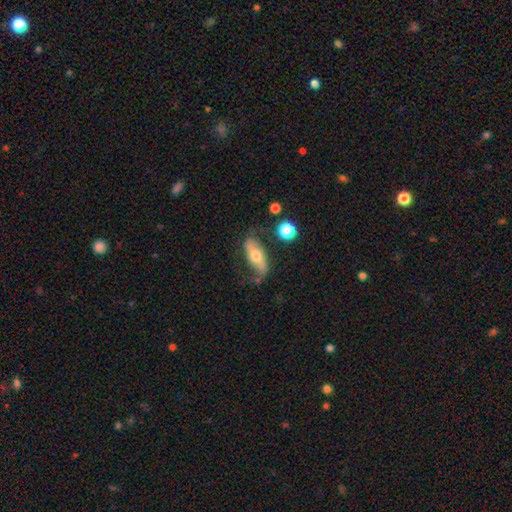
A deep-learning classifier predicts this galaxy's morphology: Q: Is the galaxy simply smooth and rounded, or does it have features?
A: featured or disk — 60%.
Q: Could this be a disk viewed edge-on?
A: no — 80%.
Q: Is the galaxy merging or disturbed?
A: none — 60%.